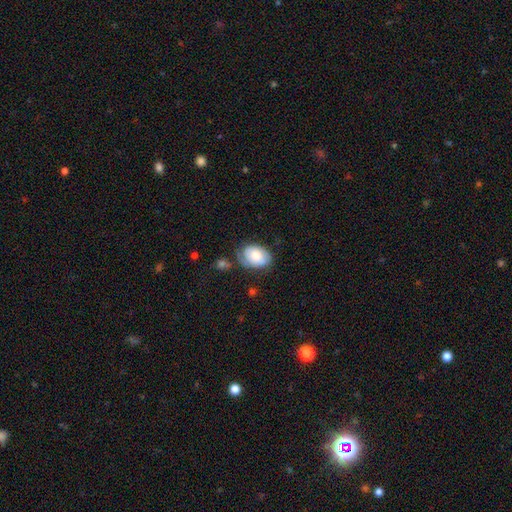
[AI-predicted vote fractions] smooth 52%, featured or disk 41%, star or artifact 7%. Down the decision tree: how rounded — in between (80%); merging — none (58%).